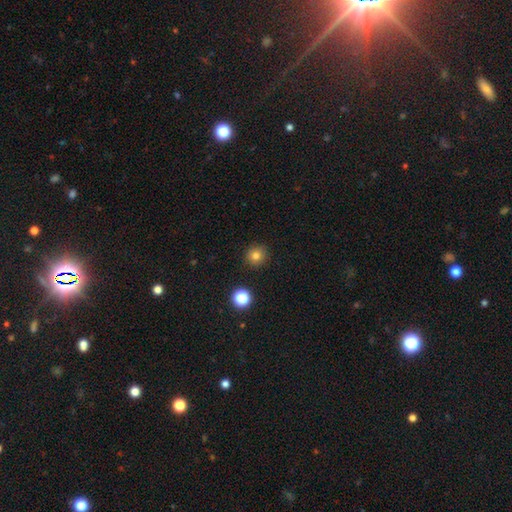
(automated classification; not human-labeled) This appears to be a smooth galaxy with no disk features (80%) that is round (94%). Merging: none (91%).